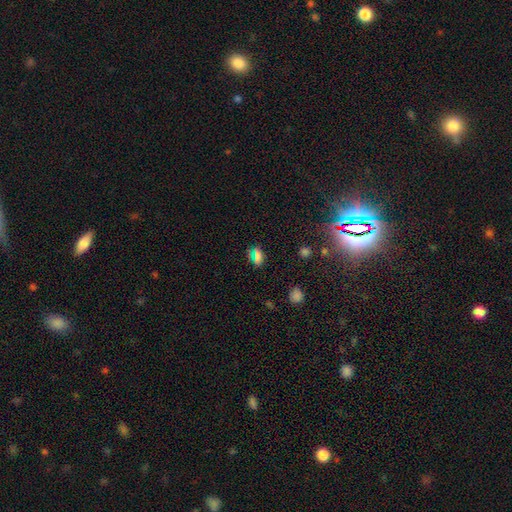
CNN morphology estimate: smooth 59%, star or artifact 33%, featured or disk 8%. Down the decision tree: how rounded — in between (63%); merging — none (81%).